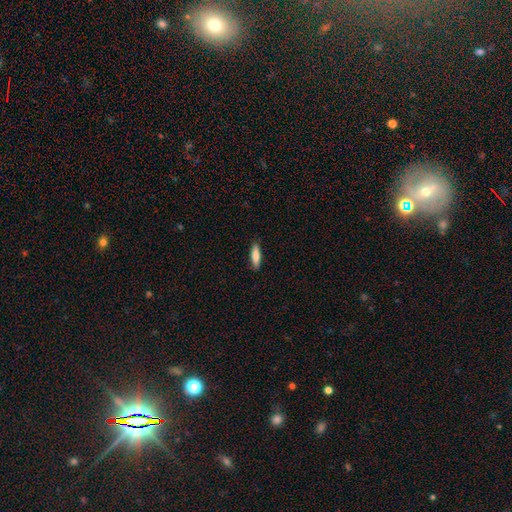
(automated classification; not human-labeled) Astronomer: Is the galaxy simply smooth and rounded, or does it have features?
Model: smooth — 81%.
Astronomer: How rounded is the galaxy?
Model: cigar-shaped — 63%.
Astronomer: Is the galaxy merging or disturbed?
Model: none — 88%.